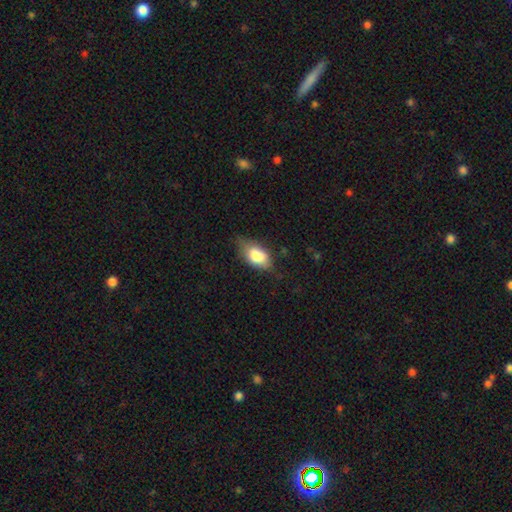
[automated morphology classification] Overall: smooth (78%). How rounded: in between (87%). Merging: none (53%; minor disturbance 35%).